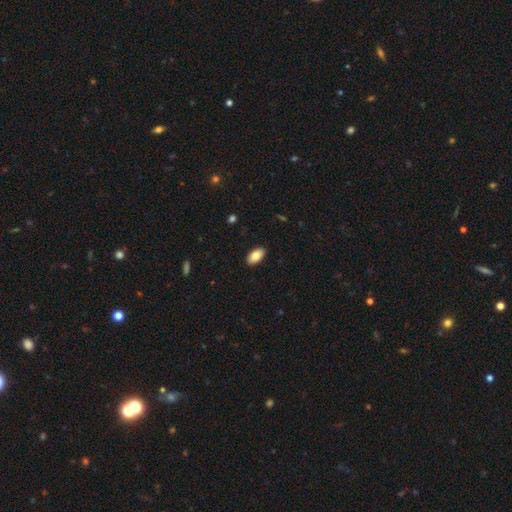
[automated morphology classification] A smooth galaxy with no disk features (83%) that is in between round and cigar-shaped (94%).

Vote fractions:
- Smooth or featured? smooth: 83% / featured or disk: 10% / star or artifact: 7%
- How rounded? in between: 94% / round: 3% / cigar-shaped: 3%
- Merging? none: 90% / minor disturbance: 7% / major disturbance: 2% / merger: 1%